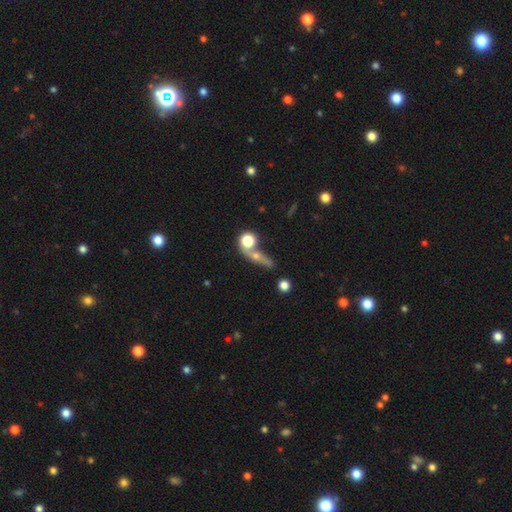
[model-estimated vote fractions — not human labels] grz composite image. It shows a smooth galaxy with no disk features (51%) that is round (47%). Merging: none (46%).